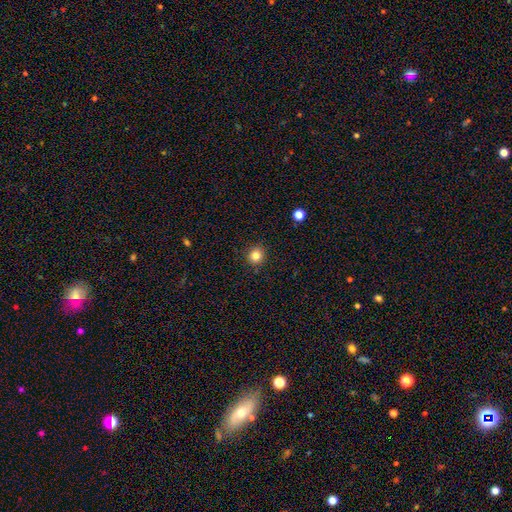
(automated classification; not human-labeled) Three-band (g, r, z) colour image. It shows a smooth galaxy with no disk features (83%) that is round (89%). Merging: none (90%).